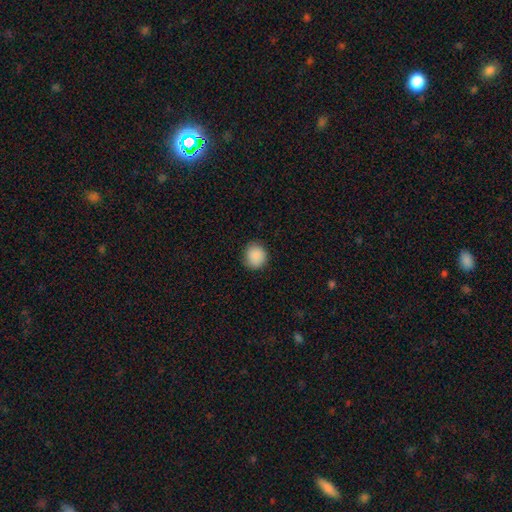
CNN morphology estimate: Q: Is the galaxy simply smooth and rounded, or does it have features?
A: smooth — 89%.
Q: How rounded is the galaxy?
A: round — 86%.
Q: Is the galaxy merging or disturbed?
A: none — 87%.